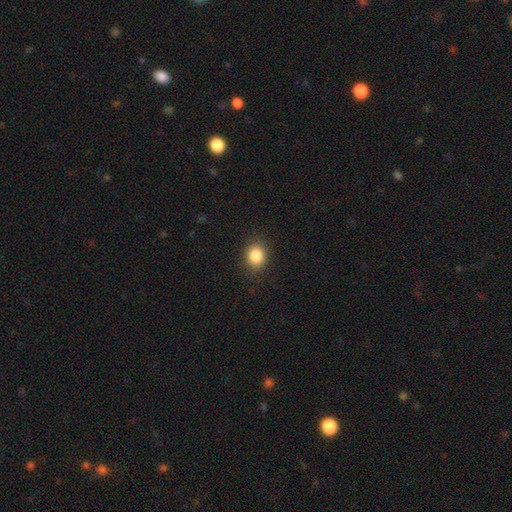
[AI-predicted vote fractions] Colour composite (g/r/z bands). It shows a smooth galaxy with no disk features (86%) that is round (60%). Merging: none (87%).